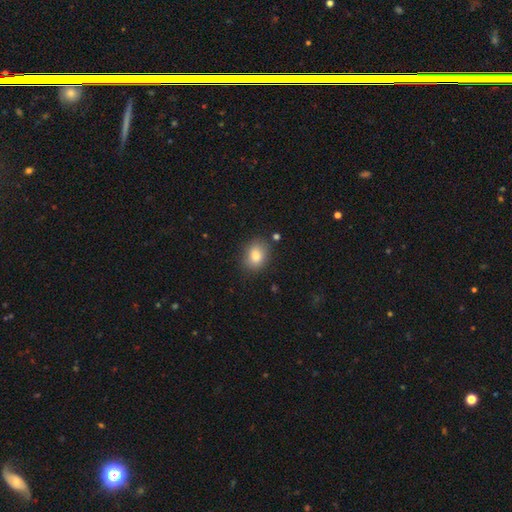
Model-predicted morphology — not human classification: smooth 82%, star or artifact 9%, featured or disk 9%. Down the decision tree: how rounded — in between (56%); merging — none (81%).